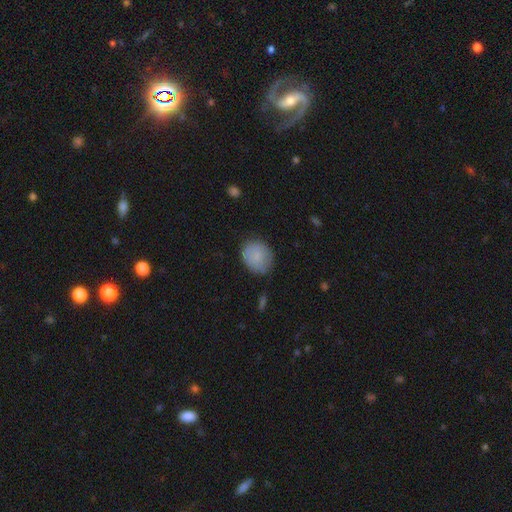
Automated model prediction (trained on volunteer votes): smooth-or-featured: smooth: 83% | featured or disk: 10% | star or artifact: 7%
  how-rounded: round: 70% | in between: 29% | cigar-shaped: 1%
  merging: none: 73% | minor disturbance: 21% | major disturbance: 5% | merger: 2%